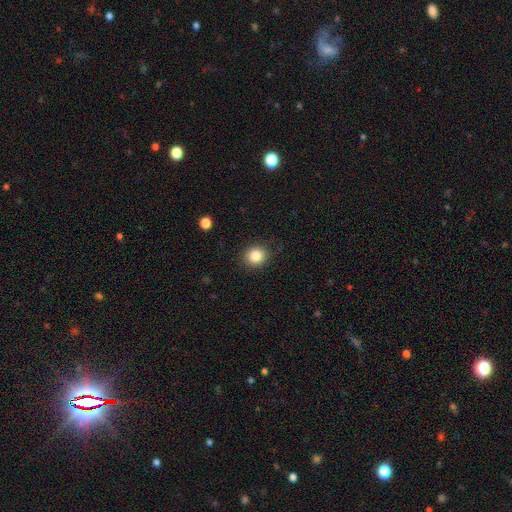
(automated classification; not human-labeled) A smooth galaxy with no disk features (84%) that is round (84%).

Vote fractions:
- Smooth or featured? smooth: 84% / star or artifact: 10% / featured or disk: 6%
- How rounded? round: 84% / in between: 15% / cigar-shaped: 1%
- Merging? none: 87% / minor disturbance: 9% / major disturbance: 3% / merger: 1%